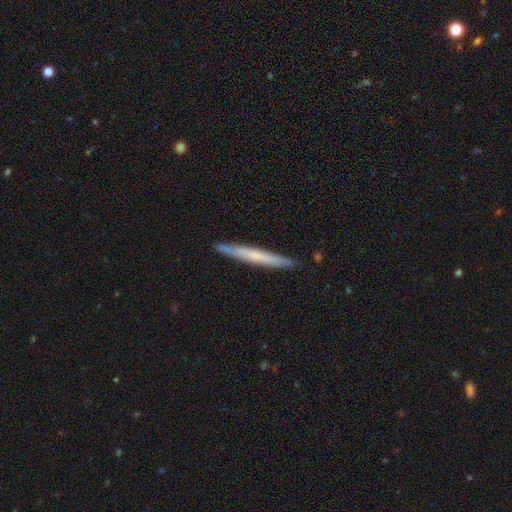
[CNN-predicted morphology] Q: Smooth or featured?
A: smooth (53%); runner-up: featured or disk (42%)
Q: How rounded?
A: cigar-shaped (97%); runner-up: in between (2%)
Q: Merging?
A: none (89%); runner-up: minor disturbance (9%)